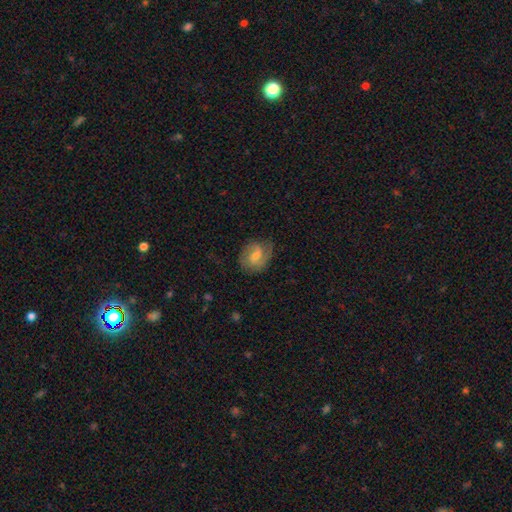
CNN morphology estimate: Smooth or featured? Predicted: featured or disk (p=0.63). Edge-on disk? Predicted: no (p=0.97). Bar? Predicted: weak (p=0.56). Spiral arms? Predicted: yes (p=0.90). Spiral winding? Predicted: medium (p=0.45). Spiral arm count? Predicted: 2 (p=0.67). Bulge size? Predicted: moderate (p=0.47). Merging? Predicted: none (p=0.68).